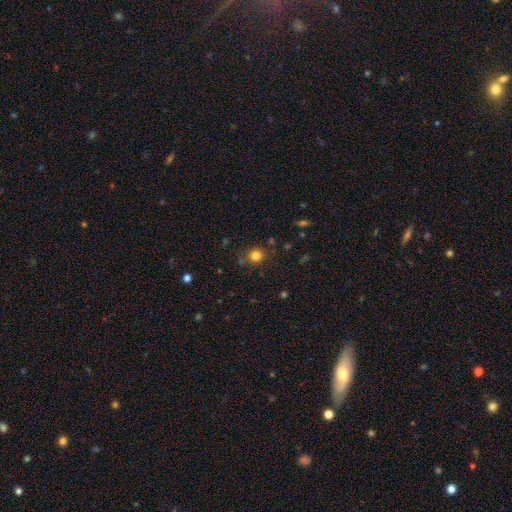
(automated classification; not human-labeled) A smooth galaxy with no disk features (80%) that is round (87%).

Vote fractions:
- Smooth or featured? smooth: 80% / star or artifact: 14% / featured or disk: 6%
- How rounded? round: 87% / in between: 12% / cigar-shaped: 1%
- Merging? none: 79% / minor disturbance: 11% / merger: 5% / major disturbance: 4%